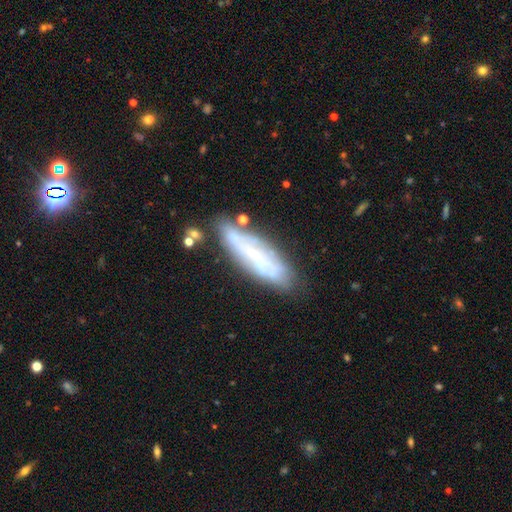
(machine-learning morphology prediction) Q: Smooth or featured?
A: featured or disk (57%); runner-up: smooth (34%)
Q: Edge-on disk?
A: no (62%); runner-up: yes (38%)
Q: Merging?
A: none (69%); runner-up: minor disturbance (19%)